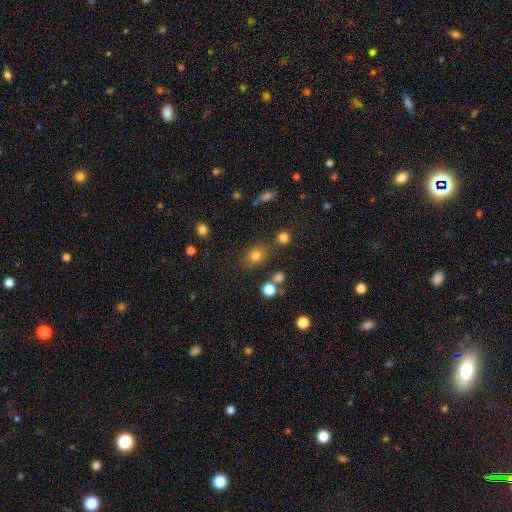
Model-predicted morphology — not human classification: Smooth or featured: smooth — 77% (star or artifact — 16%)
How rounded: round — 69% (in between — 29%)
Merging: none — 74% (minor disturbance — 12%)